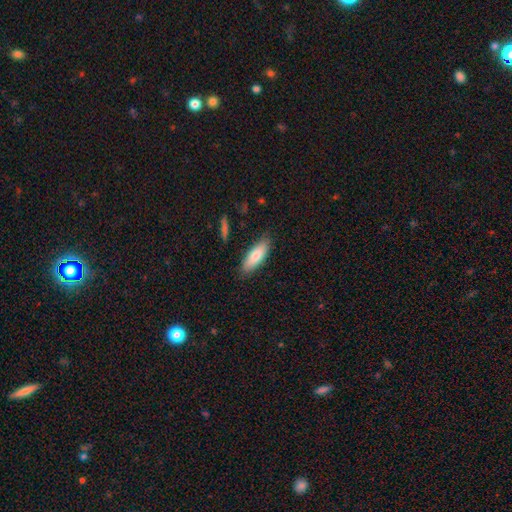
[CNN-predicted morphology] smooth 81%, featured or disk 14%, star or artifact 6%. Down the decision tree: how rounded — in between (61%); merging — none (84%).